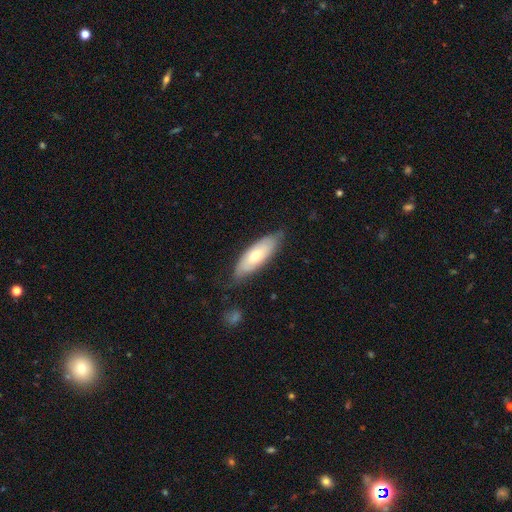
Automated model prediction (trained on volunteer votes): Smooth or featured?
  - smooth: 58% *
  - featured or disk: 37%
  - star or artifact: 5%
How rounded?
  - in between: 67% *
  - cigar-shaped: 31%
  - round: 2%
Merging?
  - none: 72% *
  - minor disturbance: 23%
  - major disturbance: 4%
  - merger: 1%